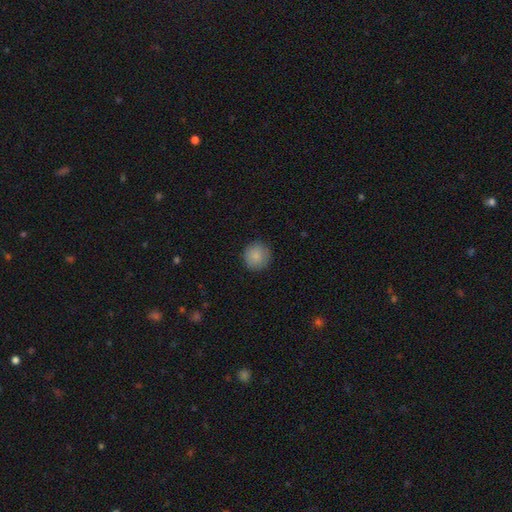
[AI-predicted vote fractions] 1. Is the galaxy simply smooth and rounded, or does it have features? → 85% smooth, 8% featured or disk, 7% star or artifact.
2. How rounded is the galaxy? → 92% round, 7% in between, 1% cigar-shaped.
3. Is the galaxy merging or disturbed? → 87% none, 10% minor disturbance, 2% major disturbance, 1% merger.